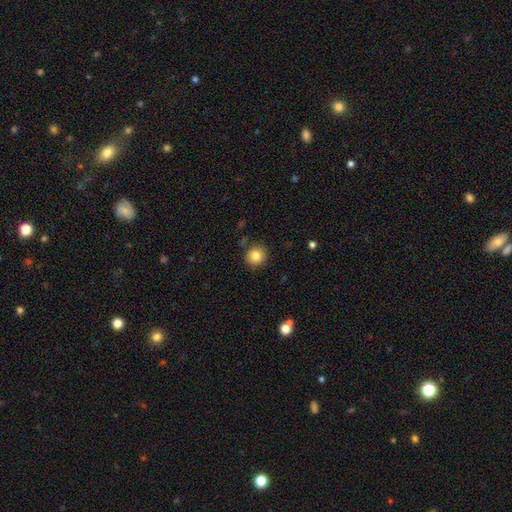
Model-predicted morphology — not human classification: Smooth or featured?
  - smooth: 82% *
  - star or artifact: 11%
  - featured or disk: 7%
How rounded?
  - round: 90% *
  - in between: 9%
  - cigar-shaped: 1%
Merging?
  - none: 87% *
  - minor disturbance: 9%
  - major disturbance: 2%
  - merger: 2%